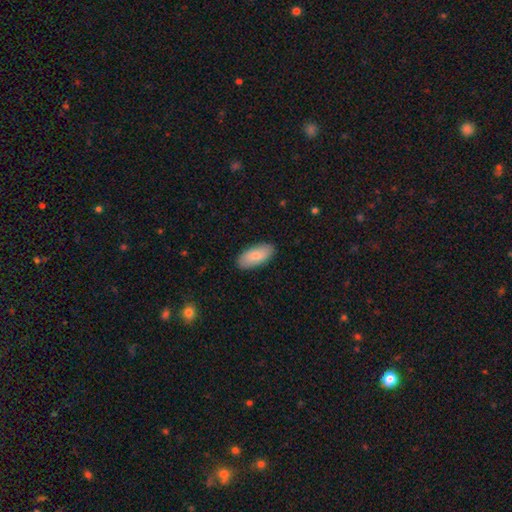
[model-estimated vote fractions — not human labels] This appears to be a smooth galaxy with no disk features (82%) that is in between round and cigar-shaped (92%). Merging: none (89%).